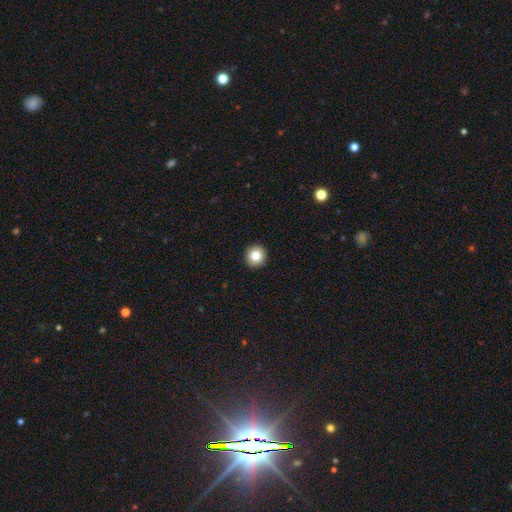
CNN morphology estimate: A smooth galaxy with no disk features (82%) that is round (94%). Merging: none (94%).